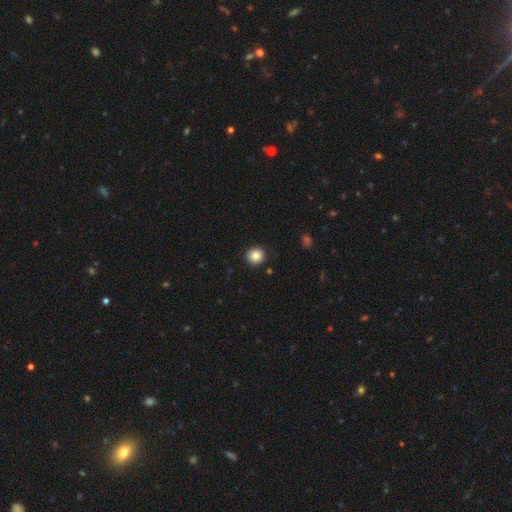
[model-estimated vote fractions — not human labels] smooth 86%, star or artifact 10%, featured or disk 4%. Down the decision tree: how rounded — round (94%); merging — none (91%).